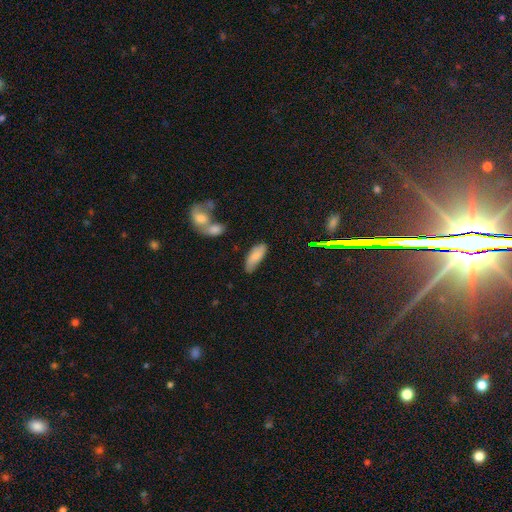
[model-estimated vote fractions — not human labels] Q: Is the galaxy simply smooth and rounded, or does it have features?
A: smooth — 77%.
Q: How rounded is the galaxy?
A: in between — 74%.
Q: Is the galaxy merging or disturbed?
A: none — 71%.